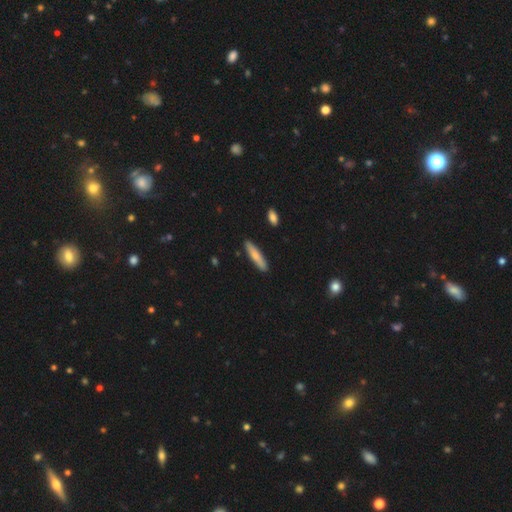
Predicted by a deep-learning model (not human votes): Smooth or featured? smooth (74%)
How rounded? cigar-shaped (84%)
Merging? none (88%)